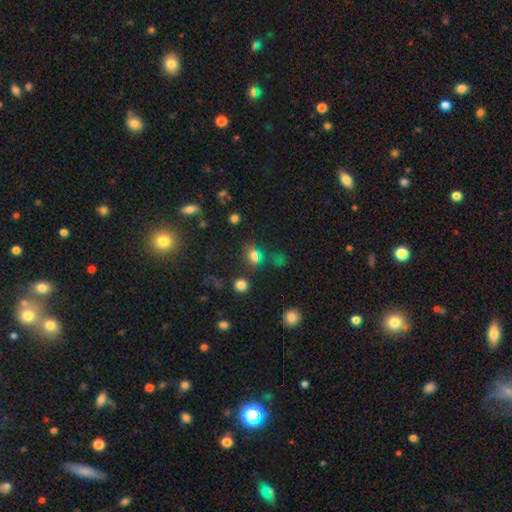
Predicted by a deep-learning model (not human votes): A smooth galaxy with no disk features (63%) that is in between round and cigar-shaped (52%).

Vote fractions:
- Smooth or featured? smooth: 63% / star or artifact: 28% / featured or disk: 8%
- How rounded? in between: 52% / round: 45% / cigar-shaped: 3%
- Merging? none: 71% / minor disturbance: 13% / merger: 9% / major disturbance: 7%